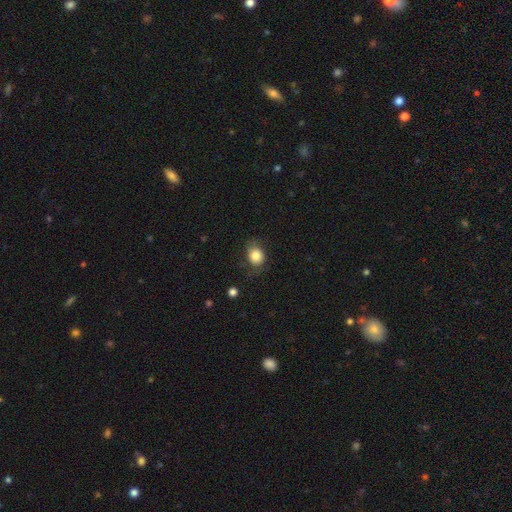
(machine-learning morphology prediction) smooth 83%, star or artifact 9%, featured or disk 8%. Down the decision tree: how rounded — round (52%); merging — none (69%).